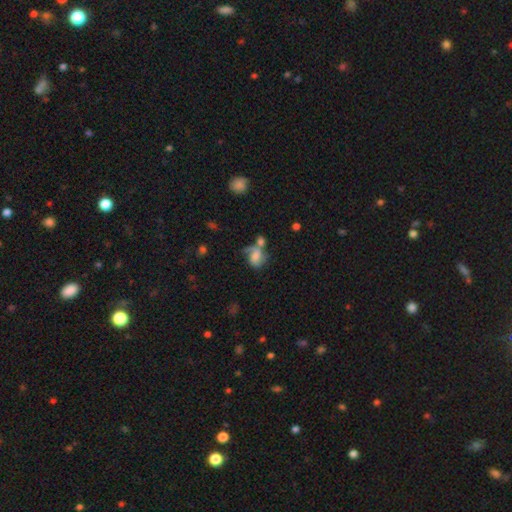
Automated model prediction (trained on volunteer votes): This appears to be a smooth galaxy with no disk features (47%). Merging: merger (31%).